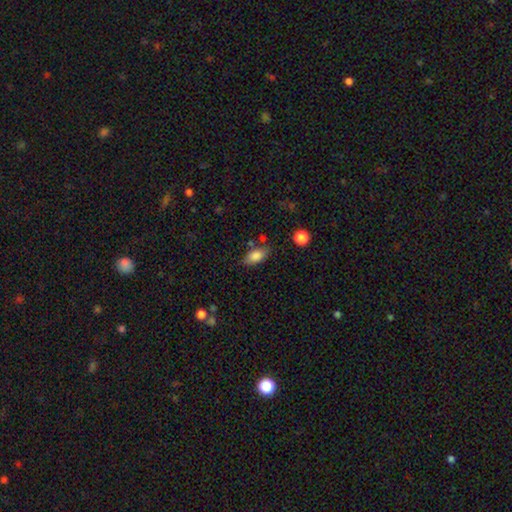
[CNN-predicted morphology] This is clearly a smooth galaxy (83%). How rounded: clearly in between (88%). Merging: likely none (73%).